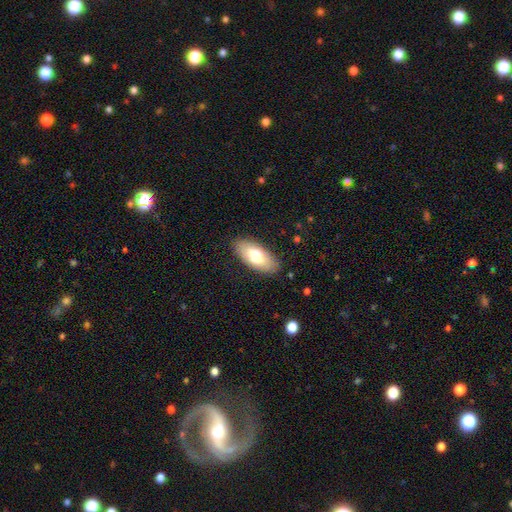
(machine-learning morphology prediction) A smooth galaxy with no disk features (72%) that is in between round and cigar-shaped (90%).

Vote fractions:
- Smooth or featured? smooth: 72% / featured or disk: 22% / star or artifact: 7%
- How rounded? in between: 90% / cigar-shaped: 8% / round: 3%
- Merging? none: 86% / minor disturbance: 10% / major disturbance: 3% / merger: 1%